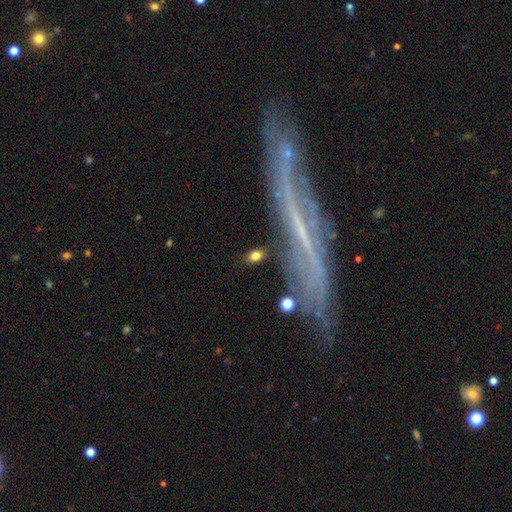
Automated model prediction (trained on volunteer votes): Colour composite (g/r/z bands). It shows a smooth galaxy with no disk features (74%) that is in between round and cigar-shaped (76%). Merging: none (81%).